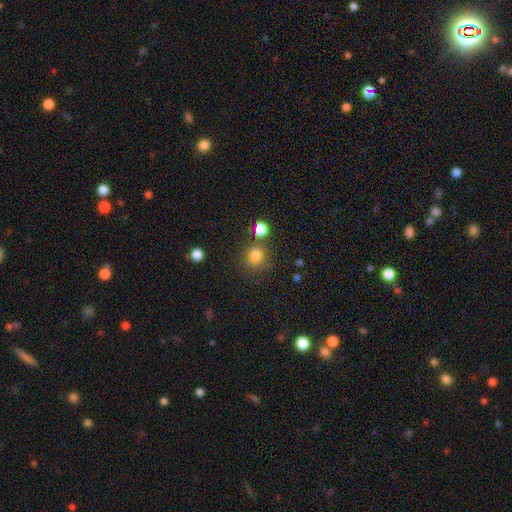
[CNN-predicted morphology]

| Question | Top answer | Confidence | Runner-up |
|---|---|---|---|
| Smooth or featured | smooth | 80% | star or artifact (14%) |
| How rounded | round | 89% | in between (10%) |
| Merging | none | 77% | minor disturbance (10%) |